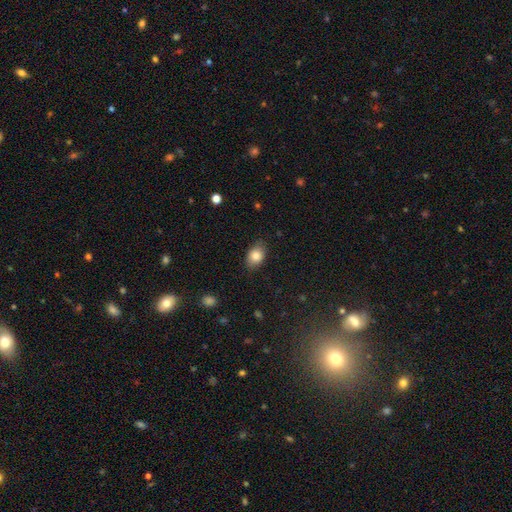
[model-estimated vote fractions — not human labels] Smooth or featured?
  - smooth: 84% *
  - star or artifact: 8%
  - featured or disk: 8%
How rounded?
  - in between: 77% *
  - round: 21%
  - cigar-shaped: 1%
Merging?
  - none: 82% *
  - minor disturbance: 14%
  - major disturbance: 3%
  - merger: 1%